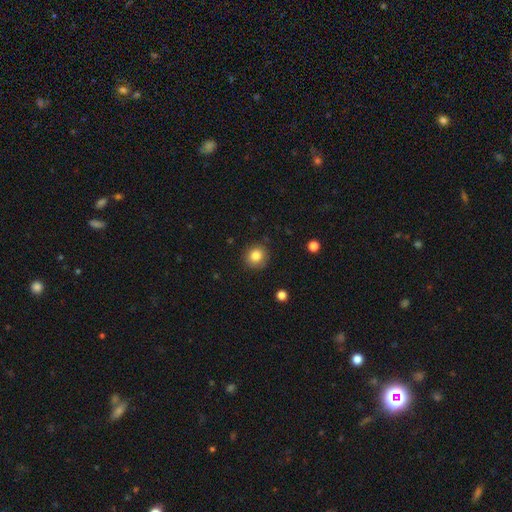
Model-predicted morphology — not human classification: smooth_or_featured: smooth (p=0.83) [alt: star or artifact p=0.10]
how_rounded: round (p=0.89) [alt: in between p=0.11]
merging: none (p=0.88) [alt: minor disturbance p=0.09]